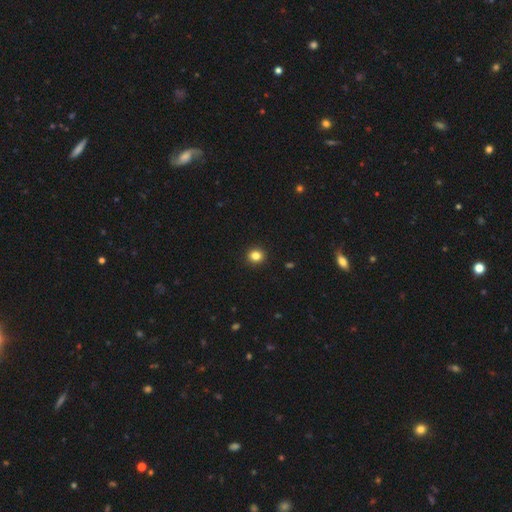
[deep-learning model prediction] The model was most divided on "smooth or featured": smooth: 83%, star or artifact: 12%, featured or disk: 5%. More confident: merging — none (93%); how rounded — round (86%).